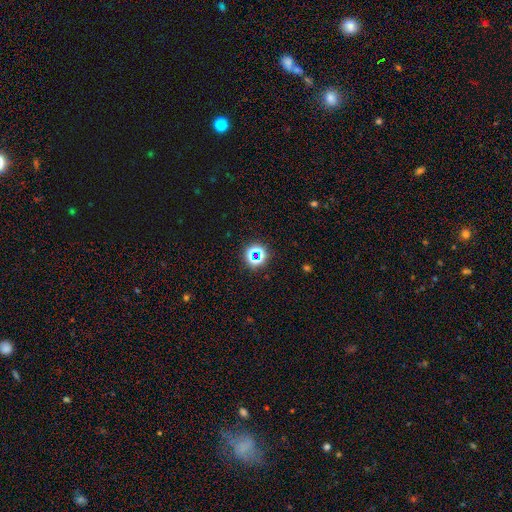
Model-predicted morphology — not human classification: type=star or artifact (60%).